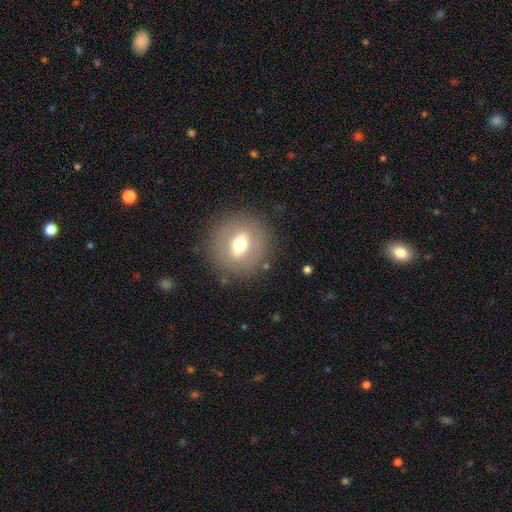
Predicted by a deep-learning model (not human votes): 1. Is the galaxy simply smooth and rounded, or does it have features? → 57% smooth, 32% featured or disk, 11% star or artifact.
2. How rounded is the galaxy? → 82% round, 17% in between, 1% cigar-shaped.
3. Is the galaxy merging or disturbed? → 87% none, 8% minor disturbance, 4% major disturbance, 1% merger.